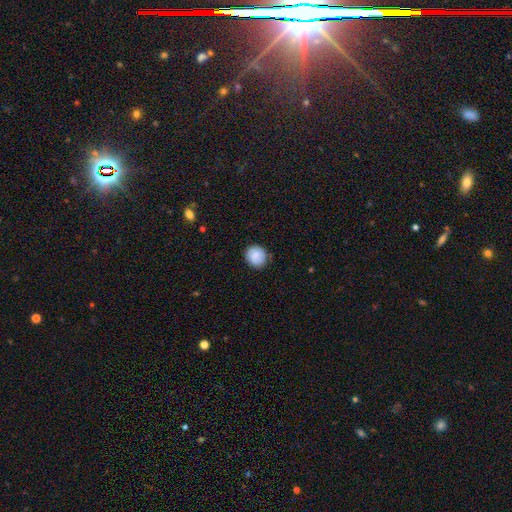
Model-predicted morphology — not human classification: Smooth or featured?
  - smooth: 81% *
  - featured or disk: 11%
  - star or artifact: 8%
How rounded?
  - round: 90% *
  - in between: 9%
  - cigar-shaped: 1%
Merging?
  - none: 86% *
  - minor disturbance: 11%
  - major disturbance: 2%
  - merger: 1%